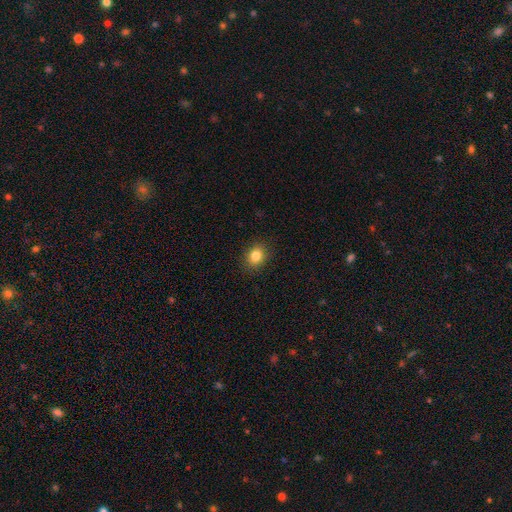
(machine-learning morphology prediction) Overall: smooth (83%). How rounded: round (59%; in between 40%). Merging: none (89%).